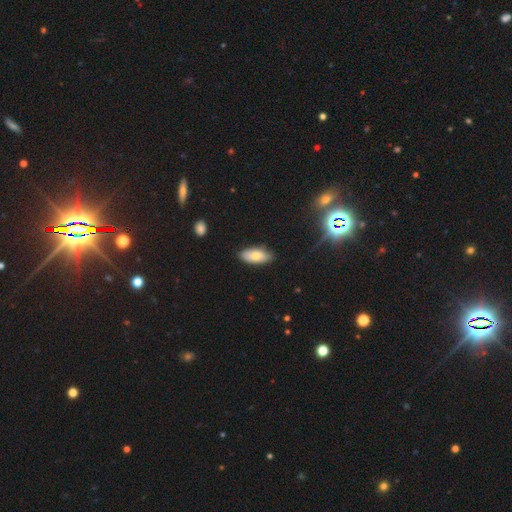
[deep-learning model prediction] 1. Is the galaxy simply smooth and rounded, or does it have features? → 73% smooth, 20% featured or disk, 7% star or artifact.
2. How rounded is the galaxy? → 87% in between, 11% cigar-shaped, 3% round.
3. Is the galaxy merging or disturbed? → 83% none, 14% minor disturbance, 2% major disturbance, 1% merger.